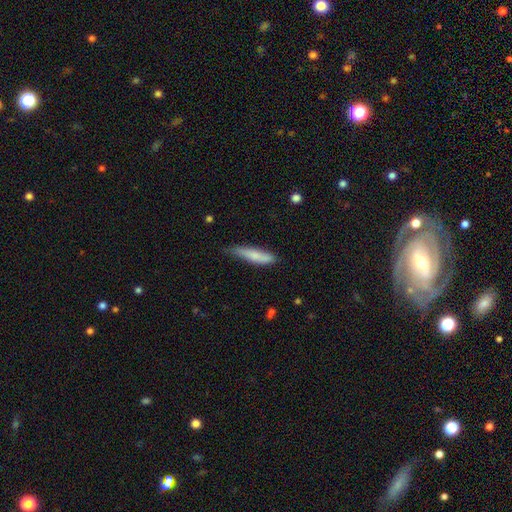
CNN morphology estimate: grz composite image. It shows a smooth galaxy with no disk features (78%) that is cigar-shaped (80%). Merging: none (58%).